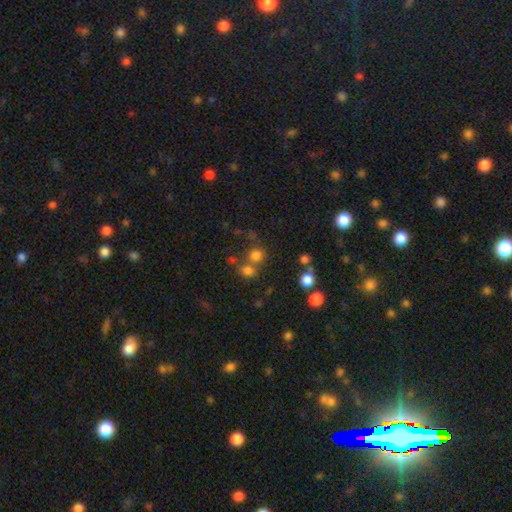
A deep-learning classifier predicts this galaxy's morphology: A smooth galaxy with no disk features (72%) that is round (77%).

Vote fractions:
- Smooth or featured? smooth: 72% / star or artifact: 19% / featured or disk: 9%
- How rounded? round: 77% / in between: 21% / cigar-shaped: 1%
- Merging? none: 52% / merger: 33% / minor disturbance: 9% / major disturbance: 5%